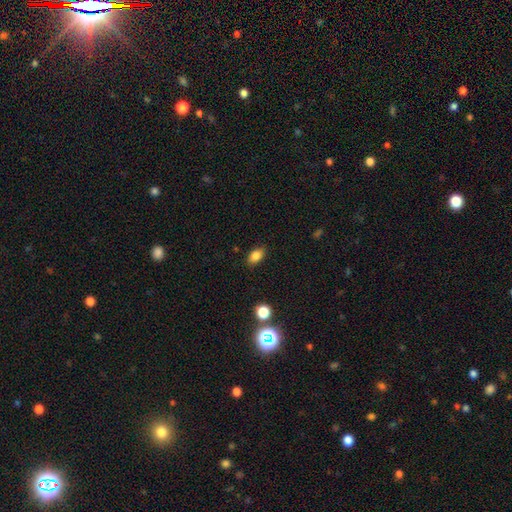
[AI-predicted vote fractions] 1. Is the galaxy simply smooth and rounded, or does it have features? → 84% smooth, 10% star or artifact, 6% featured or disk.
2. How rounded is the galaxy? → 87% in between, 11% round, 3% cigar-shaped.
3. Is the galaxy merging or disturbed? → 86% none, 10% minor disturbance, 2% major disturbance, 1% merger.